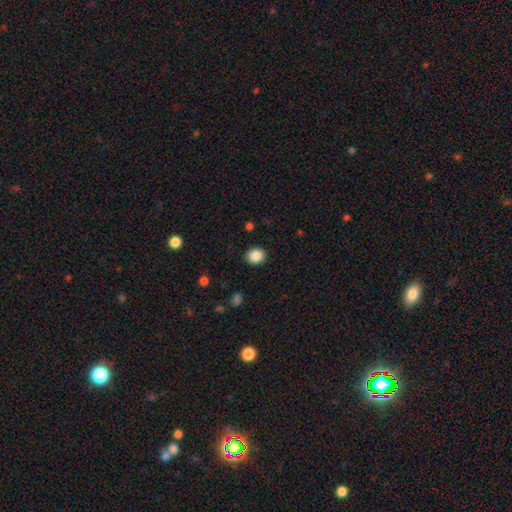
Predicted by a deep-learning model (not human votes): A smooth galaxy with no disk features (87%) that is round (68%).

Vote fractions:
- Smooth or featured? smooth: 87% / star or artifact: 9% / featured or disk: 4%
- How rounded? round: 68% / in between: 32% / cigar-shaped: 1%
- Merging? none: 90% / minor disturbance: 7% / major disturbance: 2% / merger: 1%